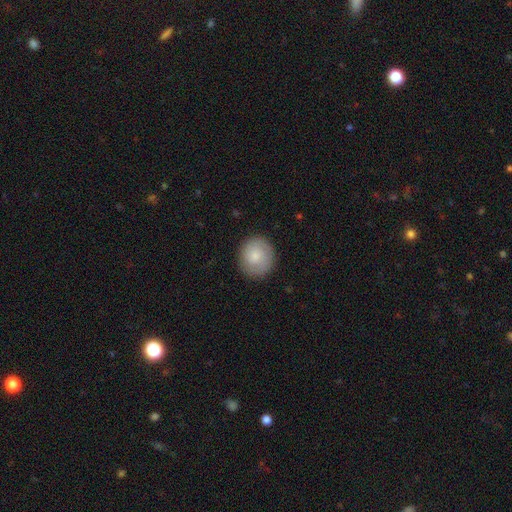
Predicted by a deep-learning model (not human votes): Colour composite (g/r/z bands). It shows a smooth galaxy with no disk features (80%) that is round (86%). Merging: none (87%).